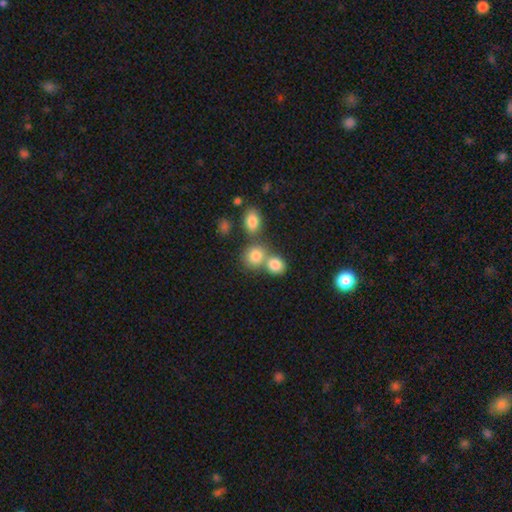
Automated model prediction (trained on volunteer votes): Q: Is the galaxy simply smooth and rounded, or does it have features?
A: smooth — 81%.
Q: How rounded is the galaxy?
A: round — 71%.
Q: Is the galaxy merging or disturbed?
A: none — 45%.